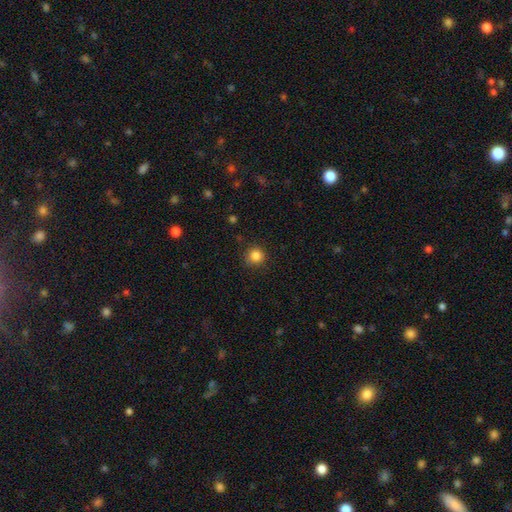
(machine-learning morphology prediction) smooth-or-featured: smooth: 85% | star or artifact: 11% | featured or disk: 4%
  how-rounded: round: 93% | in between: 6% | cigar-shaped: 1%
  merging: none: 88% | minor disturbance: 9% | major disturbance: 3% | merger: 1%